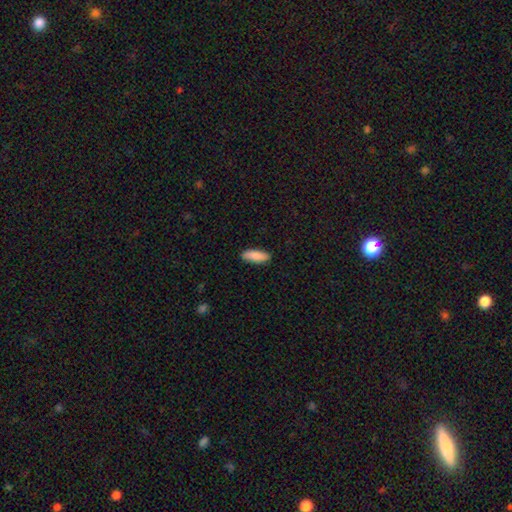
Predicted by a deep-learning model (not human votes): A smooth galaxy with no disk features (86%) that is in between round and cigar-shaped (65%). Merging: none (87%).